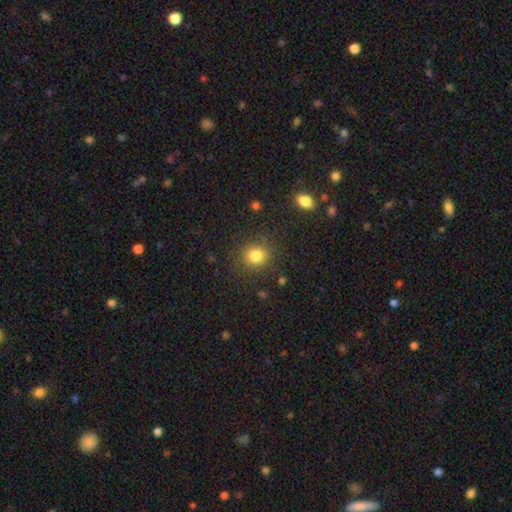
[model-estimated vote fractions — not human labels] Q: Smooth or featured?
A: smooth (82%); runner-up: star or artifact (12%)
Q: How rounded?
A: round (81%); runner-up: in between (18%)
Q: Merging?
A: none (84%); runner-up: minor disturbance (10%)